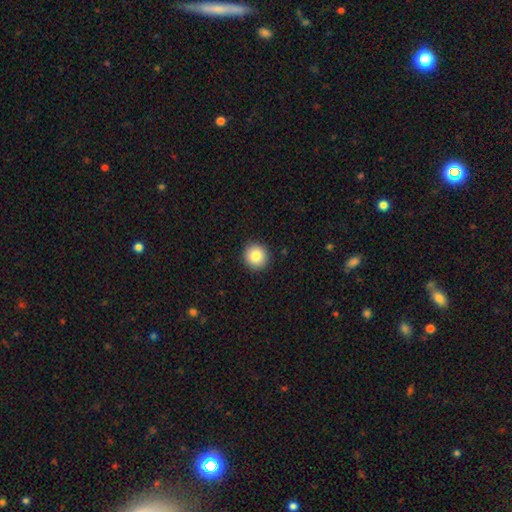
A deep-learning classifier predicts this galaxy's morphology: Smooth or featured? Predicted: smooth (p=0.85). How rounded? Predicted: round (p=0.93). Merging? Predicted: none (p=0.92).